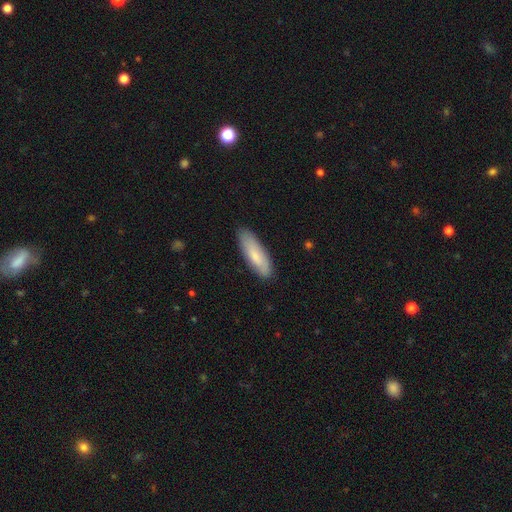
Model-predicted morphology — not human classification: type=smooth (75%); roundness=in between (51%); merging=none (84%).